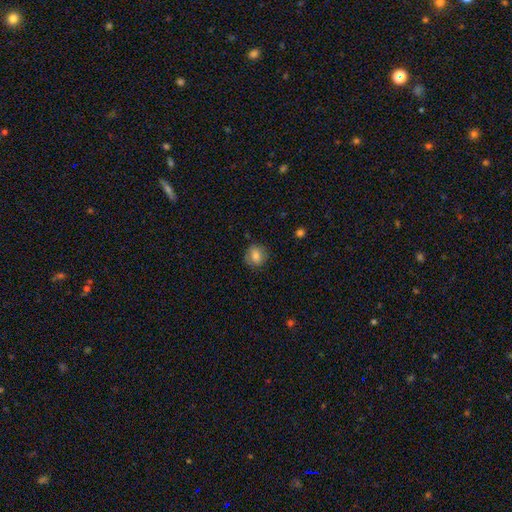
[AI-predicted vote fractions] Smooth or featured? smooth (79%)
How rounded? round (80%)
Merging? none (83%)